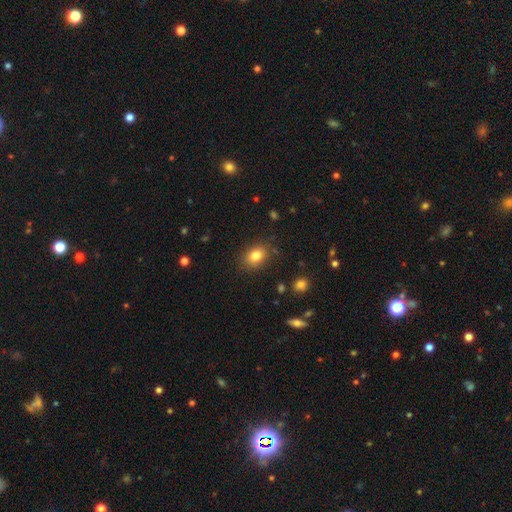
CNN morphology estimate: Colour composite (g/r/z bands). It shows a smooth galaxy with no disk features (82%) that is in between round and cigar-shaped (69%). Merging: none (83%).